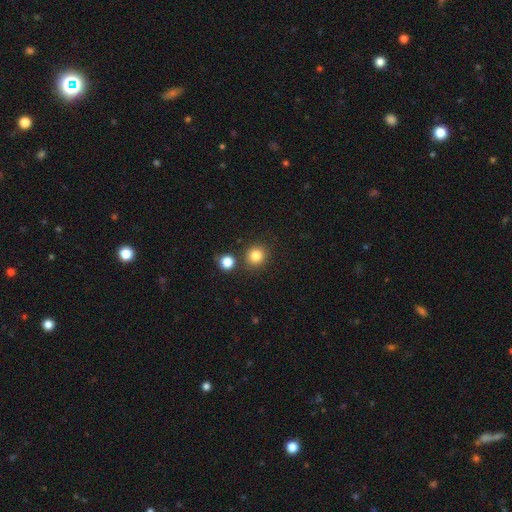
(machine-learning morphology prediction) Smooth or featured? smooth (83%)
How rounded? round (89%)
Merging? none (82%)